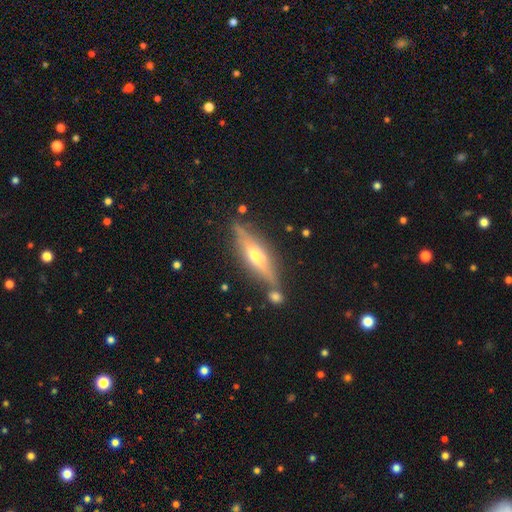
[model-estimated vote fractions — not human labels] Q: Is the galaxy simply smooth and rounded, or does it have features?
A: featured or disk — 71%.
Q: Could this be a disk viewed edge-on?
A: yes — 92%.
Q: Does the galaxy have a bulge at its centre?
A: rounded — 89%.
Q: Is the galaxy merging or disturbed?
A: none — 76%.